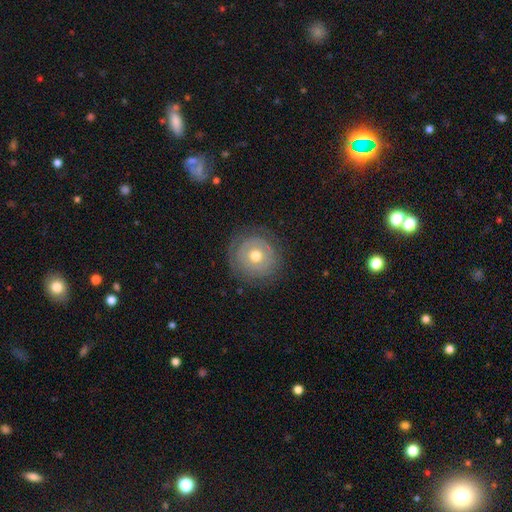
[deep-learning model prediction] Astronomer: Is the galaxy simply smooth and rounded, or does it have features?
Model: featured or disk — 48% (runner-up: smooth, 44%).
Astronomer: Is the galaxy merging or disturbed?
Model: none — 78%.